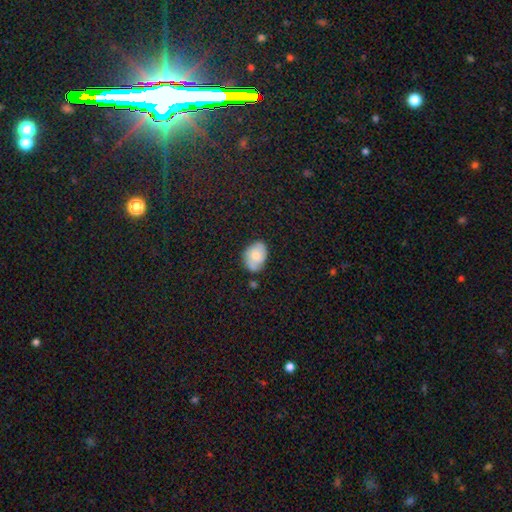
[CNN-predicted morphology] A smooth galaxy with no disk features (72%) that is in between round and cigar-shaped (76%).

Vote fractions:
- Smooth or featured? smooth: 72% / featured or disk: 19% / star or artifact: 8%
- How rounded? in between: 76% / round: 23% / cigar-shaped: 1%
- Merging? none: 68% / minor disturbance: 24% / major disturbance: 5% / merger: 3%